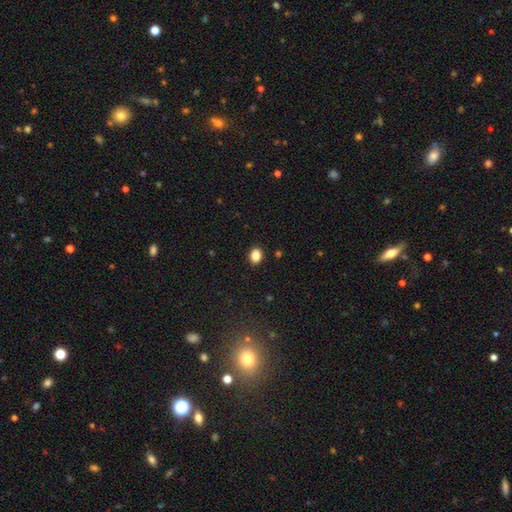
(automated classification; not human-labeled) Smooth or featured?
  - smooth: 85% *
  - star or artifact: 10%
  - featured or disk: 4%
How rounded?
  - in between: 51% *
  - round: 48%
  - cigar-shaped: 1%
Merging?
  - none: 90% *
  - minor disturbance: 7%
  - major disturbance: 2%
  - merger: 1%